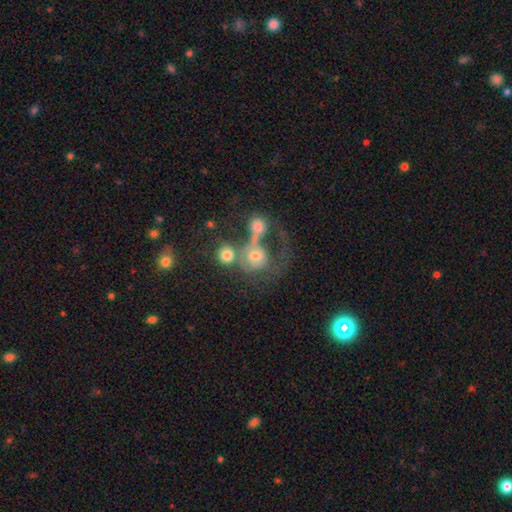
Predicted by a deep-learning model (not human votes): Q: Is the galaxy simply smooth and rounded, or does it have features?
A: smooth — 50%.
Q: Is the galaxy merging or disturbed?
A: merger — 53%.